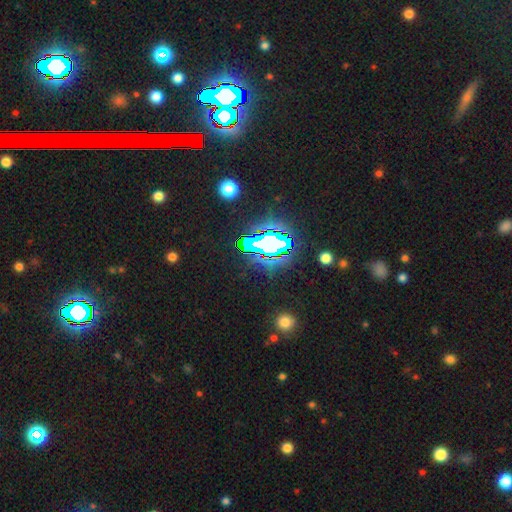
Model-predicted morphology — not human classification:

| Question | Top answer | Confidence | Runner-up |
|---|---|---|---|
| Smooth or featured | star or artifact | 81% | smooth (10%) |